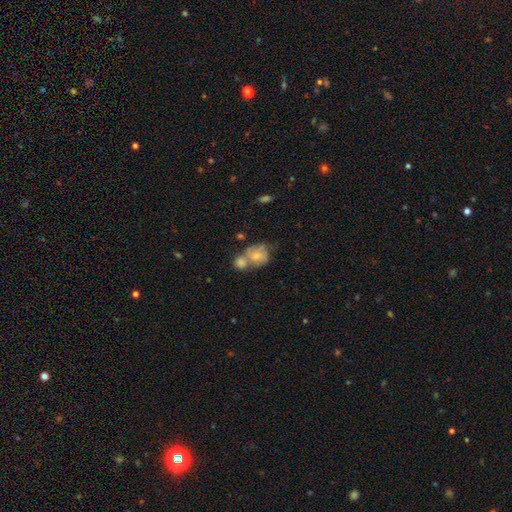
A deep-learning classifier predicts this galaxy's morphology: Smooth or featured? smooth (64%)
How rounded? round (49%, tied with in between)
Merging? merger (58%)